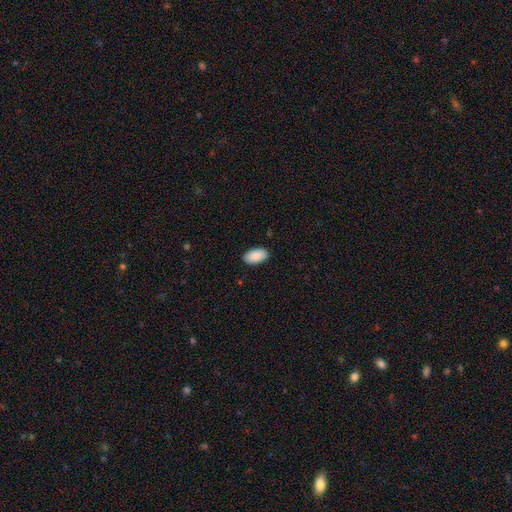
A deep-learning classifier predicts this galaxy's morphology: The model was most divided on "merging": none: 90%, minor disturbance: 8%, major disturbance: 2%, merger: 1%. More confident: how rounded — in between (96%); smooth or featured — smooth (89%).